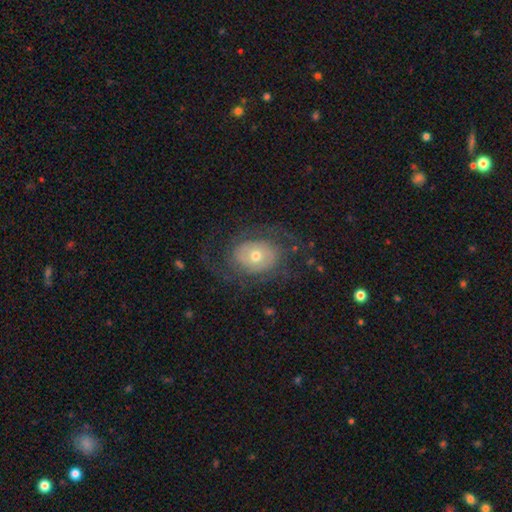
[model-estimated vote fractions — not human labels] This is likely a featured or disk galaxy (67%). It is clearly not viewed edge-on (96%). Bar: clearly no (81%). Spiral arm pattern: likely yes (71%). Central bulge: possibly moderate (58%). Merging: likely none (64%).